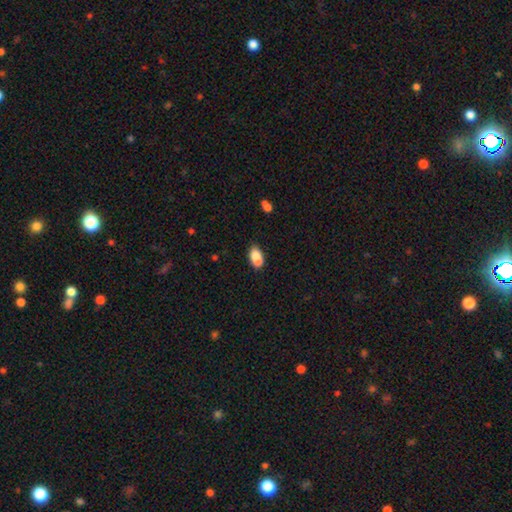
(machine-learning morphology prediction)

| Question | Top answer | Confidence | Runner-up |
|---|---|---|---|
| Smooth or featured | smooth | 77% | featured or disk (15%) |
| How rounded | in between | 86% | round (11%) |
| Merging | merger | 41% | tied: none (41%) |